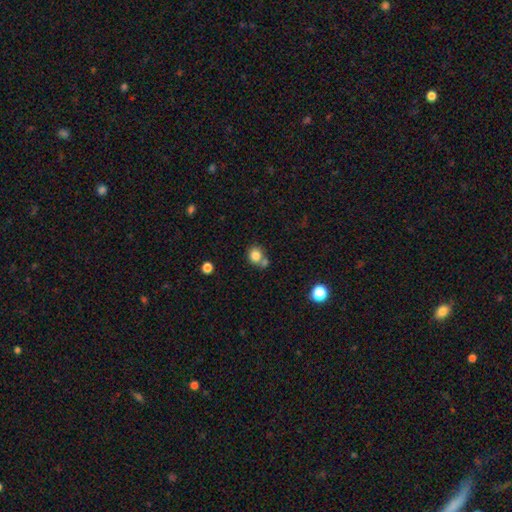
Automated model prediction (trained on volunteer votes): Smooth or featured? smooth (82%)
How rounded? round (77%)
Merging? none (54%)